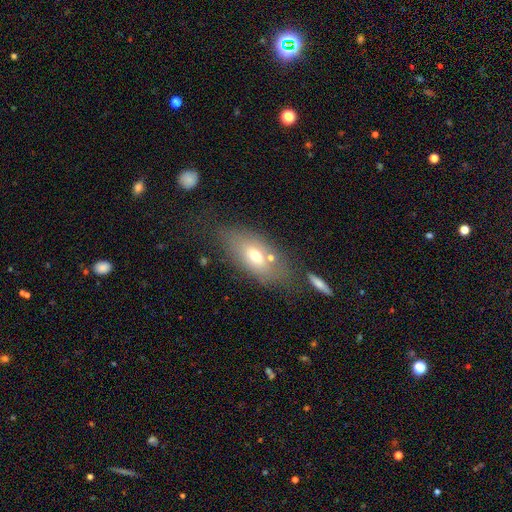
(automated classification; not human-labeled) Smooth or featured?
  - smooth: 61% *
  - featured or disk: 28%
  - star or artifact: 11%
How rounded?
  - in between: 82% *
  - cigar-shaped: 10%
  - round: 8%
Merging?
  - none: 63% *
  - minor disturbance: 17%
  - merger: 11%
  - major disturbance: 9%